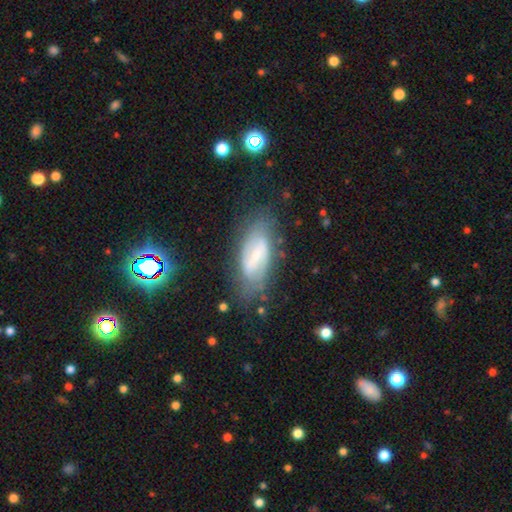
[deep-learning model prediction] Smooth or featured?
  - featured or disk: 57% *
  - smooth: 33%
  - star or artifact: 10%
Edge-on disk?
  - no: 82% *
  - yes: 18%
Merging?
  - none: 67% *
  - minor disturbance: 21%
  - major disturbance: 9%
  - merger: 3%